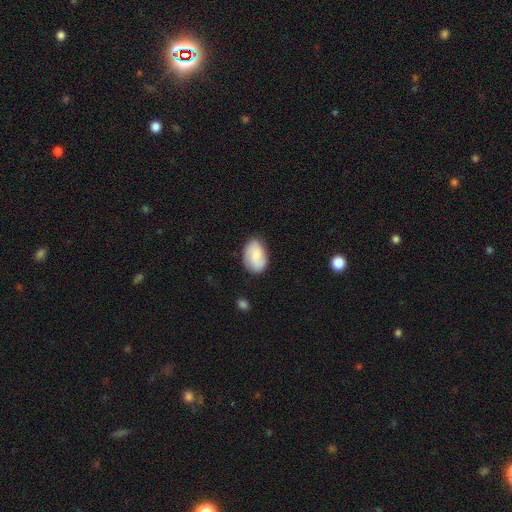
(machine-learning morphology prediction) This appears to be a smooth galaxy with no disk features (67%) that is in between round and cigar-shaped (86%). Merging: none (76%).